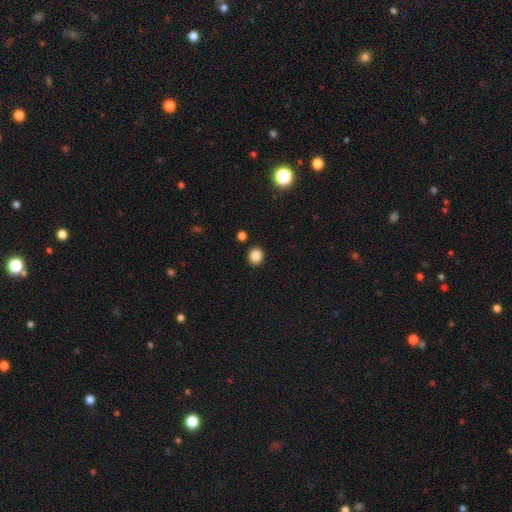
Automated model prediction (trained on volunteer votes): Smooth or featured? smooth (85%)
How rounded? round (72%)
Merging? none (89%)